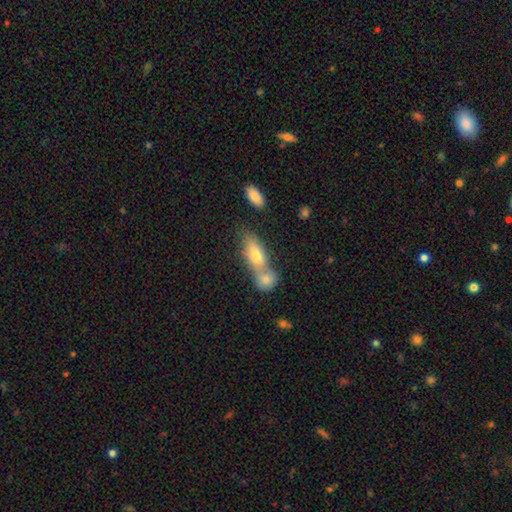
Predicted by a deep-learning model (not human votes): A smooth galaxy with no disk features (70%) that is in between round and cigar-shaped (68%).

Vote fractions:
- Smooth or featured? smooth: 70% / featured or disk: 22% / star or artifact: 8%
- How rounded? in between: 68% / cigar-shaped: 24% / round: 7%
- Merging? merger: 52% / none: 35% / minor disturbance: 9% / major disturbance: 3%